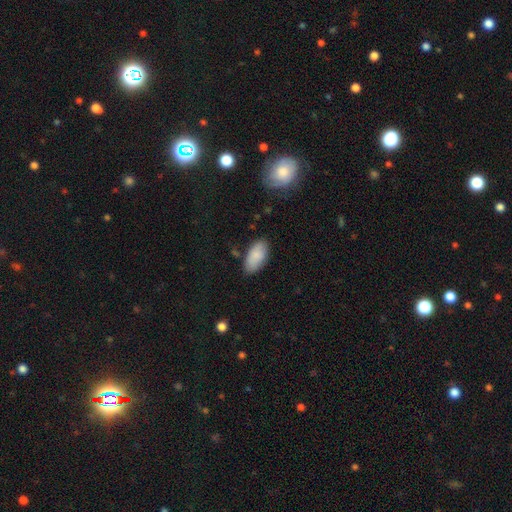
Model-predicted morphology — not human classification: type=smooth (86%); roundness=in between (94%); merging=none (80%).